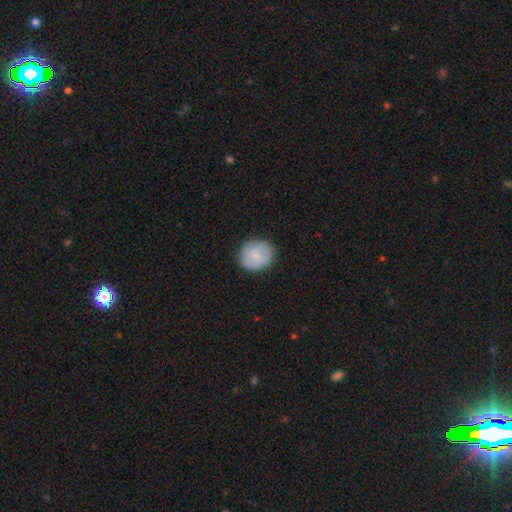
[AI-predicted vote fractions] Smooth or featured: smooth — 80% (featured or disk — 14%)
How rounded: round — 82% (in between — 17%)
Merging: none — 85% (minor disturbance — 11%)